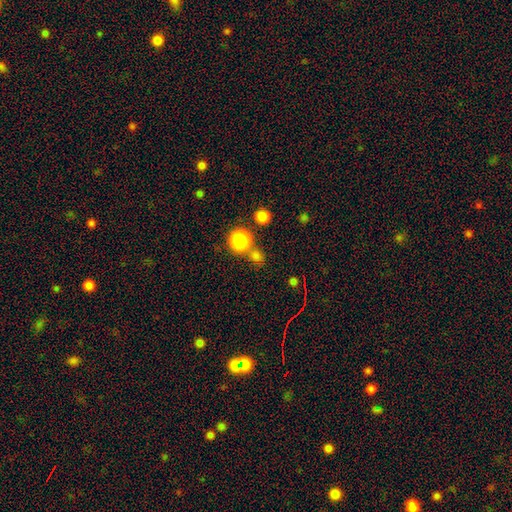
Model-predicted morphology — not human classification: smooth 69%, star or artifact 25%, featured or disk 6%. Down the decision tree: how rounded — round (83%); merging — none (68%).